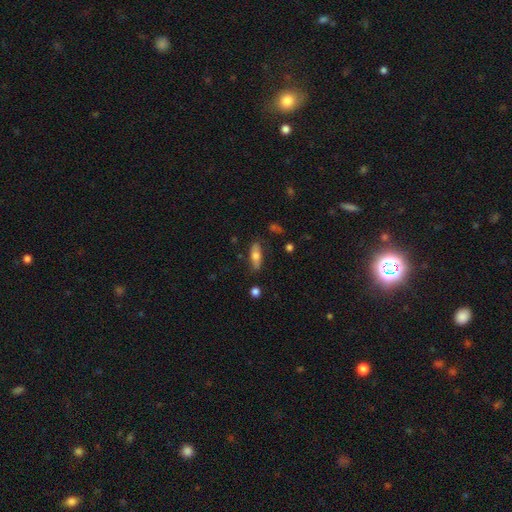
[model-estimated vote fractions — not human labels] Q: Smooth or featured?
A: smooth (65%); runner-up: featured or disk (28%)
Q: How rounded?
A: in between (65%); runner-up: cigar-shaped (33%)
Q: Merging?
A: none (76%); runner-up: minor disturbance (18%)